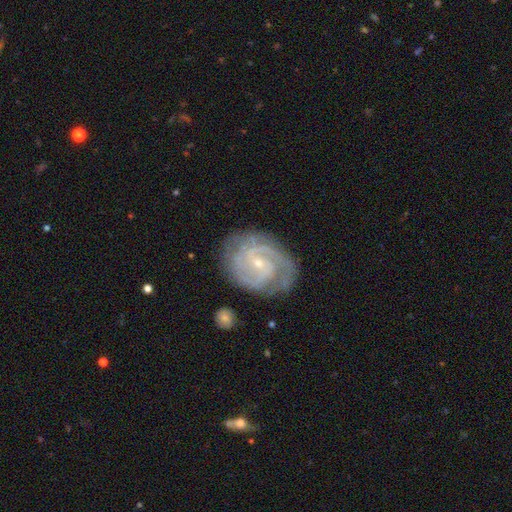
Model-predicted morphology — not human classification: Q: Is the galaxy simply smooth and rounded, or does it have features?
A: featured or disk — 84%.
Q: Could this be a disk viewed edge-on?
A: no — 97%.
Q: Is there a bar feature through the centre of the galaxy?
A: no — 44%.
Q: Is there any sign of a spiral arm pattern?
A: yes — 96%.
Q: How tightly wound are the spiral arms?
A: tight — 67%.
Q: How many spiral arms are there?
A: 2 — 39%.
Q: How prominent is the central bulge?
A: small — 74%.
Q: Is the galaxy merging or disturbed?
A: none — 76%.